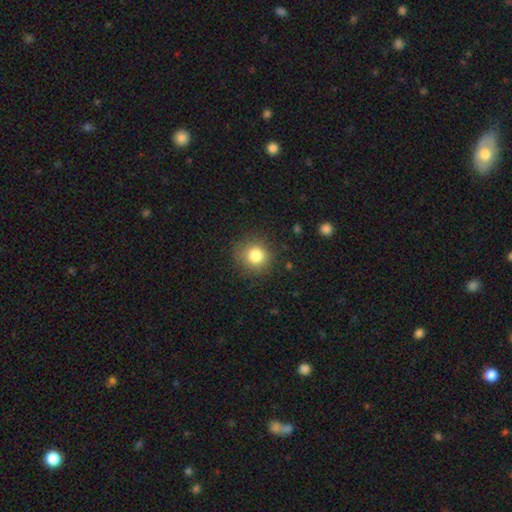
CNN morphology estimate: Smooth or featured? Predicted: smooth (p=0.82). How rounded? Predicted: round (p=0.88). Merging? Predicted: none (p=0.85).